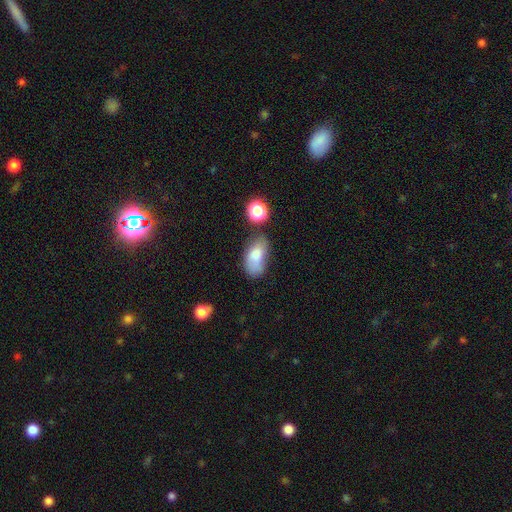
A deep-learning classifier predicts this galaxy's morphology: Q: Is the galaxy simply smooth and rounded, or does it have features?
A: smooth — 76%.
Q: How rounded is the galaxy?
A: in between — 91%.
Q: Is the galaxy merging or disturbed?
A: none — 48%.